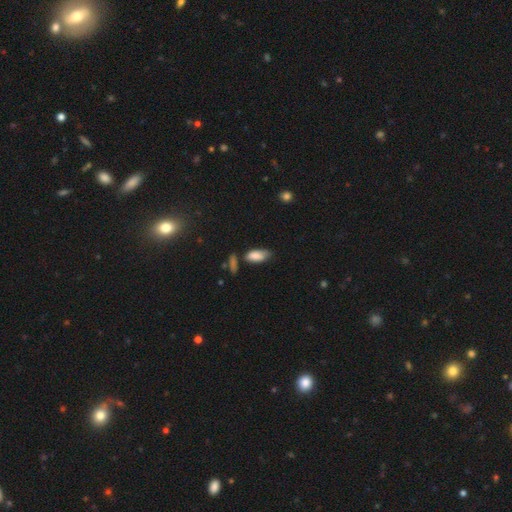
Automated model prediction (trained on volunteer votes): Smooth or featured? smooth (83%)
How rounded? in between (86%)
Merging? none (53%)